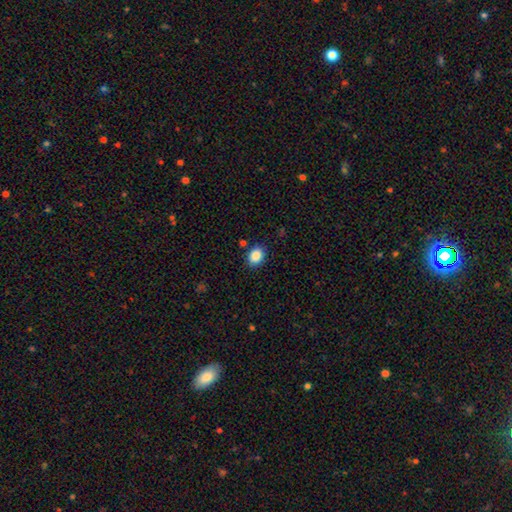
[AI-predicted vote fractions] smooth_or_featured: smooth (p=0.87) [alt: star or artifact p=0.09]
how_rounded: in between (p=0.58) [alt: round p=0.41]
merging: none (p=0.85) [alt: minor disturbance p=0.10]